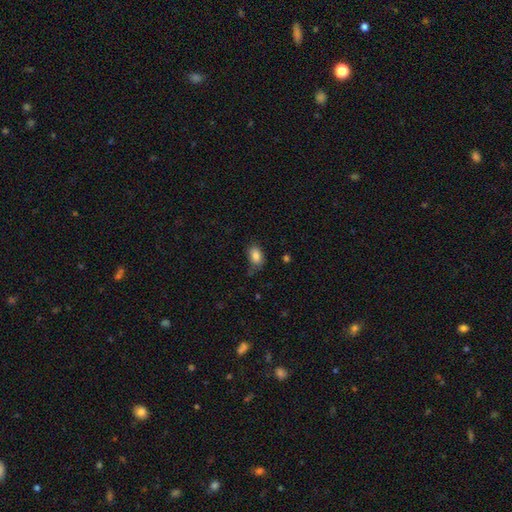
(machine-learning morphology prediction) This is clearly a smooth galaxy (85%). How rounded: clearly in between (85%). Merging: likely none (70%).